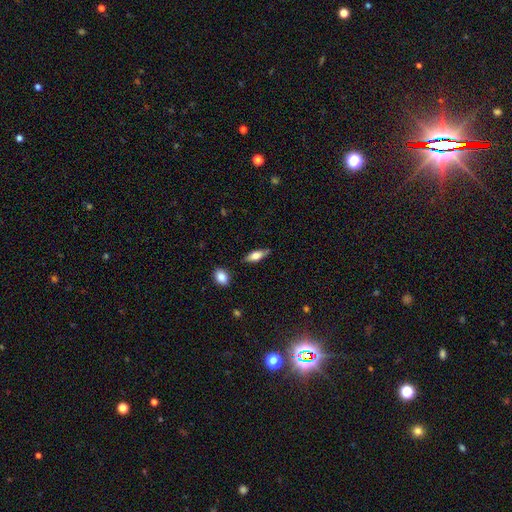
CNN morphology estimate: The model was most divided on "smooth or featured": smooth: 62%, featured or disk: 32%, star or artifact: 7%. More confident: merging — none (80%); how rounded — in between (64%).